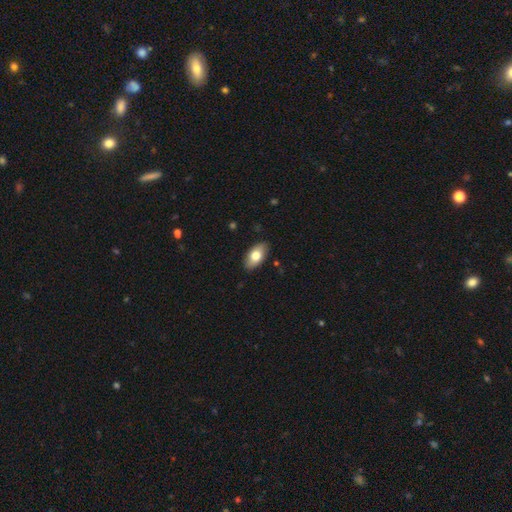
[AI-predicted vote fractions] Q: Smooth or featured?
A: smooth (75%); runner-up: featured or disk (19%)
Q: How rounded?
A: in between (93%); runner-up: cigar-shaped (4%)
Q: Merging?
A: none (87%); runner-up: minor disturbance (10%)